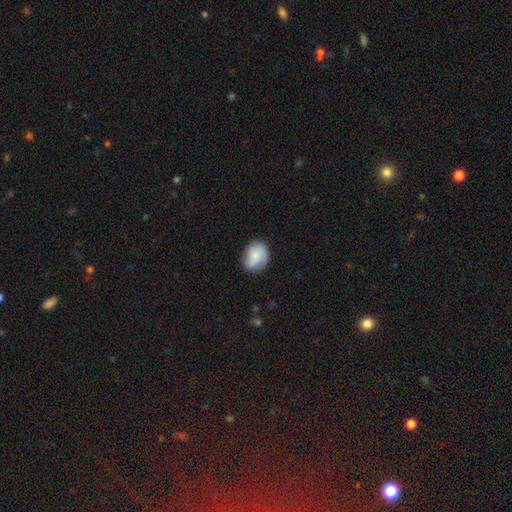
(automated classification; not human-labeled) smooth 75%, featured or disk 18%, star or artifact 7%. Down the decision tree: how rounded — round (53%); merging — none (72%).